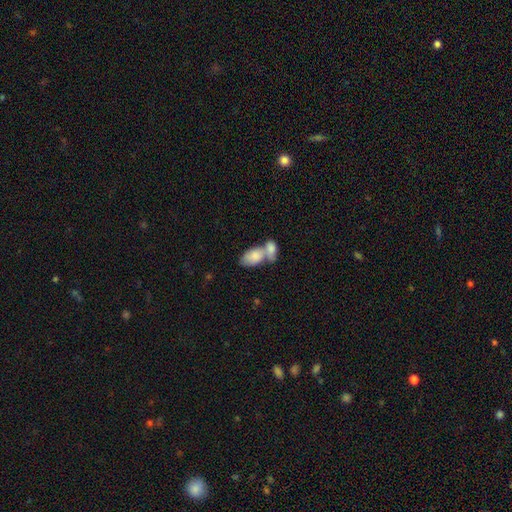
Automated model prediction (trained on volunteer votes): Morphology: type=smooth (80%); roundness=in between (93%); merging=merger (71%).